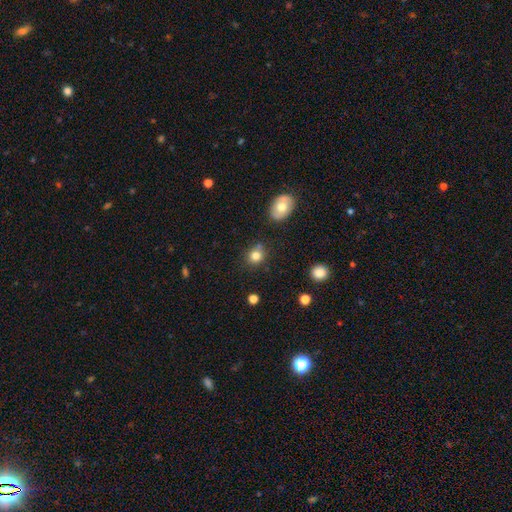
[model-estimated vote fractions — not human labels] Q: Smooth or featured?
A: smooth (81%); runner-up: star or artifact (12%)
Q: How rounded?
A: round (79%); runner-up: in between (20%)
Q: Merging?
A: none (76%); runner-up: minor disturbance (13%)